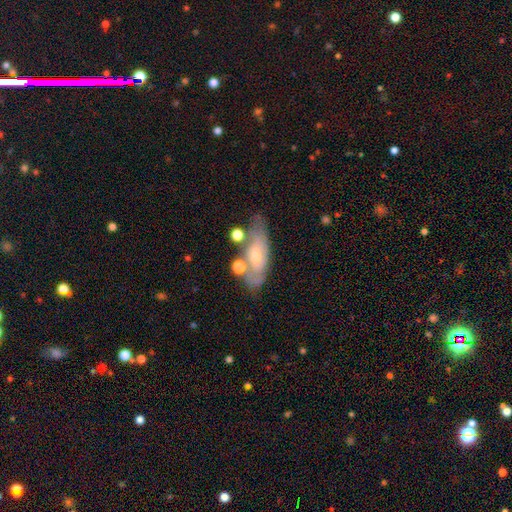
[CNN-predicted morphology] A featured or disk galaxy (58%). Merging: none (53%).